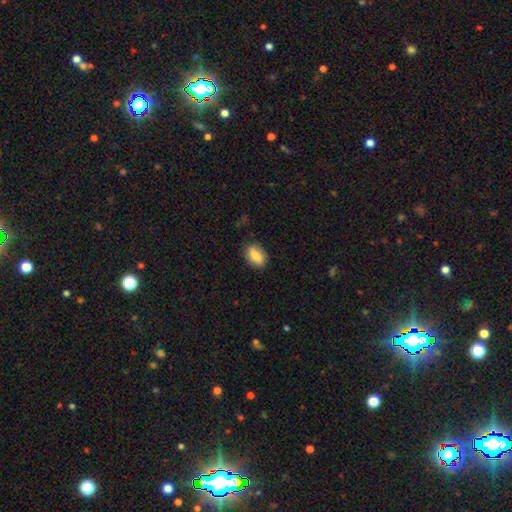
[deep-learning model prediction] Smooth or featured?
  - smooth: 80% *
  - featured or disk: 13%
  - star or artifact: 7%
How rounded?
  - in between: 84% *
  - round: 14%
  - cigar-shaped: 3%
Merging?
  - none: 82% *
  - minor disturbance: 14%
  - major disturbance: 3%
  - merger: 1%